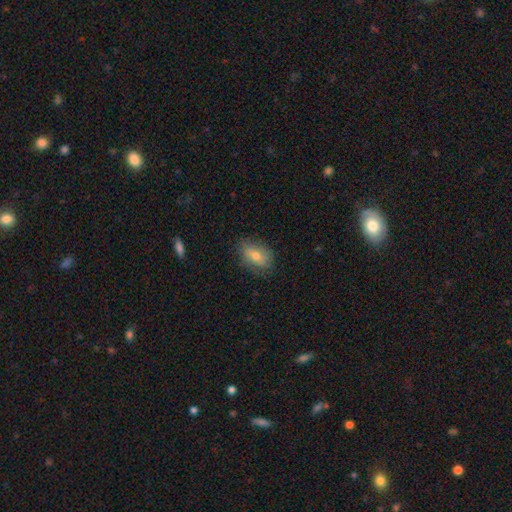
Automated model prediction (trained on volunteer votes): A smooth galaxy with no disk features (54%) that is in between round and cigar-shaped (82%).

Vote fractions:
- Smooth or featured? smooth: 54% / featured or disk: 36% / star or artifact: 9%
- How rounded? in between: 82% / round: 15% / cigar-shaped: 4%
- Merging? none: 72% / minor disturbance: 20% / major disturbance: 6% / merger: 1%